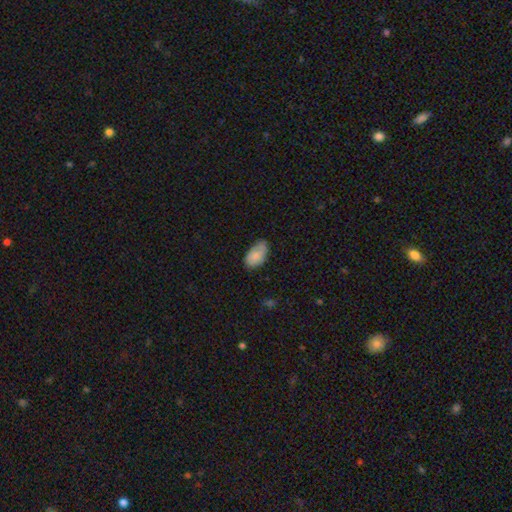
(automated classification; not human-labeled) This appears to be a smooth galaxy with no disk features (77%) that is in between round and cigar-shaped (94%). Merging: none (62%).